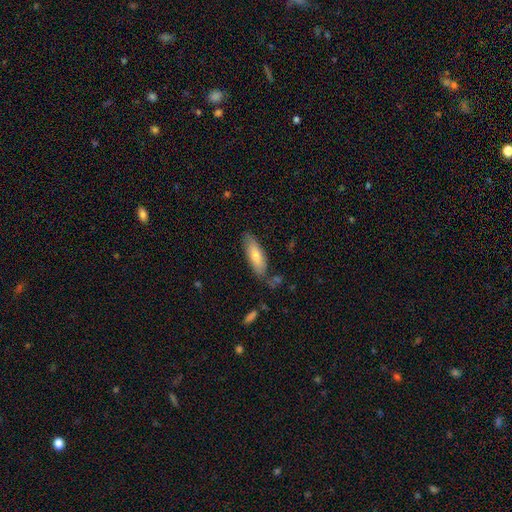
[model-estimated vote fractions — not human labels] Overall: smooth (68%). How rounded: in between (49%, tied with cigar-shaped). Merging: none (76%).